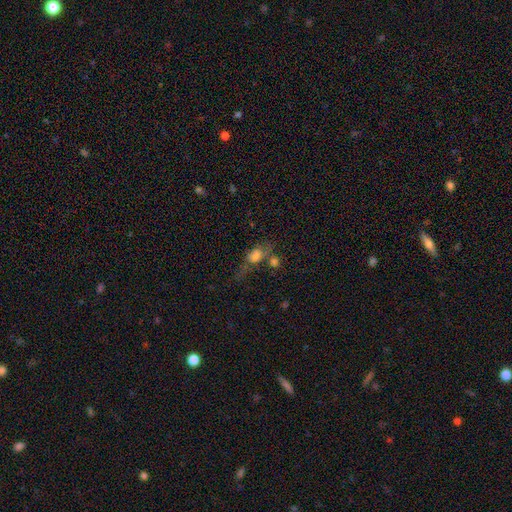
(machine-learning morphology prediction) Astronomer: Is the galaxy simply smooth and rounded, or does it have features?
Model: smooth — 58%.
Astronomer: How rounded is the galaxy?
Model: in between — 60%.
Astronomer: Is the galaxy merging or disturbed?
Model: none — 36% (runner-up: merger, 24%).